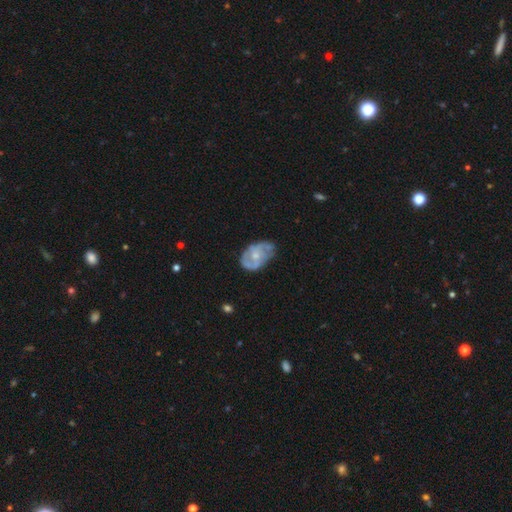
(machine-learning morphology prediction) featured or disk 67%, smooth 27%, star or artifact 6%. Down the decision tree: edge-on disk — no (96%); bar — no (73%); spiral arms — yes (74%); bulge size — small (52%); merging — none (54%).